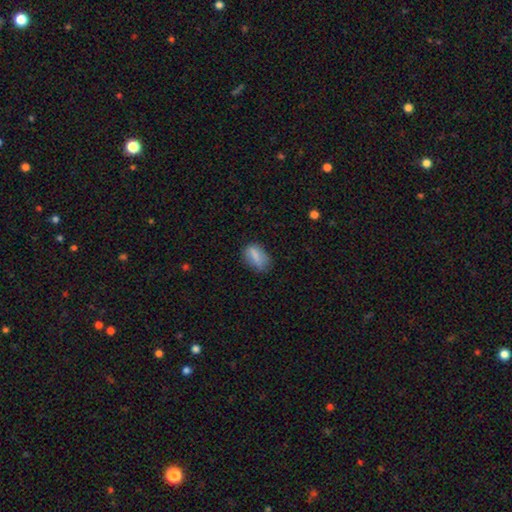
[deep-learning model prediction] A smooth galaxy with no disk features (79%) that is in between round and cigar-shaped (86%).

Vote fractions:
- Smooth or featured? smooth: 79% / featured or disk: 12% / star or artifact: 9%
- How rounded? in between: 86% / round: 10% / cigar-shaped: 5%
- Merging? none: 64% / minor disturbance: 26% / major disturbance: 8% / merger: 2%